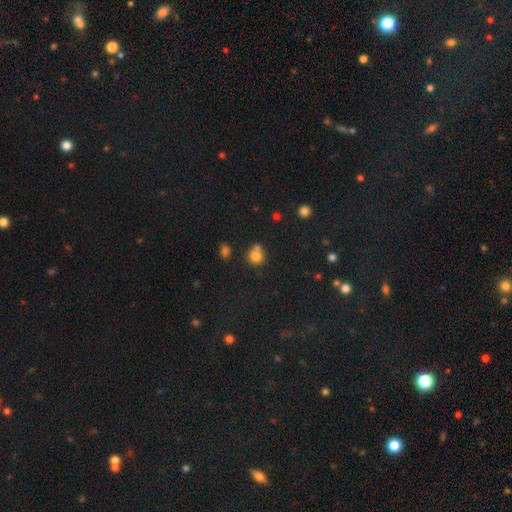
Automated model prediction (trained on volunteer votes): Q: Smooth or featured?
A: smooth (79%); runner-up: star or artifact (13%)
Q: How rounded?
A: round (80%); runner-up: in between (19%)
Q: Merging?
A: none (48%); runner-up: merger (35%)